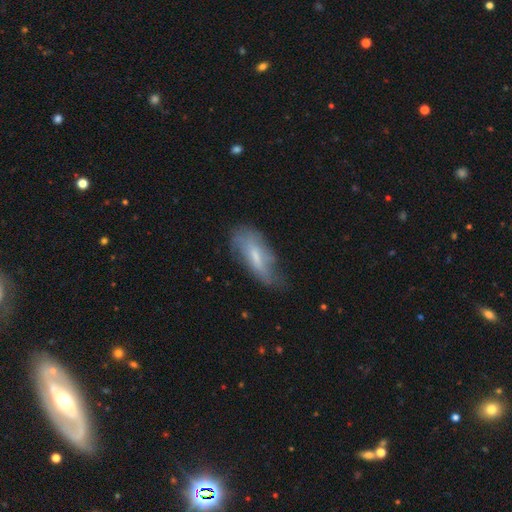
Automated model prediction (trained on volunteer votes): smooth 52%, featured or disk 40%, star or artifact 8%. Down the decision tree: how rounded — in between (69%); merging — none (52%).